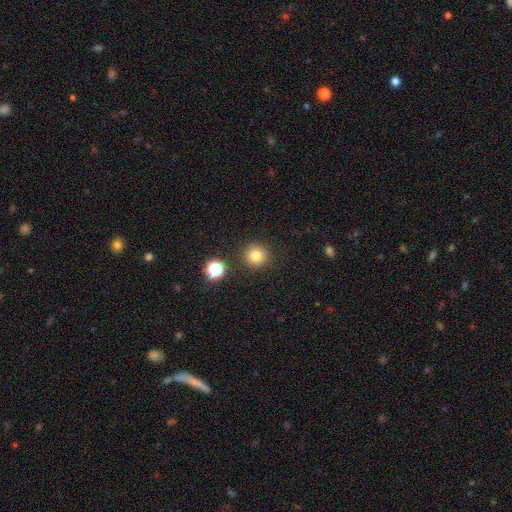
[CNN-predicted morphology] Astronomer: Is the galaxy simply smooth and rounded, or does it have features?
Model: smooth — 79%.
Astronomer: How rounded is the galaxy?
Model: round — 94%.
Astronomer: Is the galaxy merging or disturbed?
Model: none — 89%.